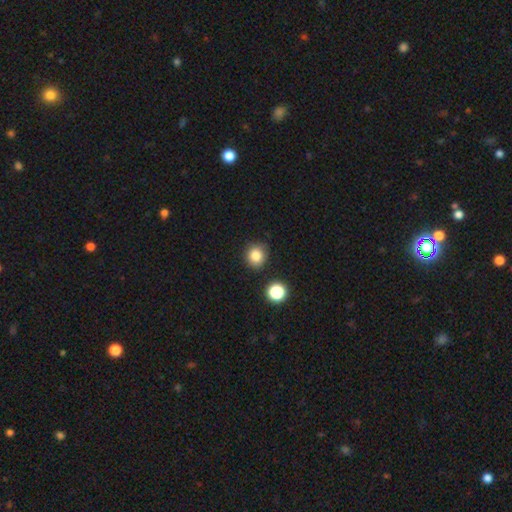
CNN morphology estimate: smooth 82%, star or artifact 12%, featured or disk 5%. Down the decision tree: how rounded — round (85%); merging — none (85%).